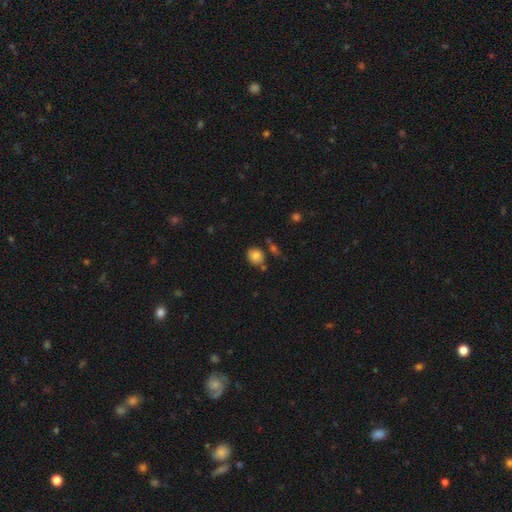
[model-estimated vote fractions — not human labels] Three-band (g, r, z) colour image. It shows a smooth galaxy with no disk features (81%) that is round (67%). Merging: none (73%).